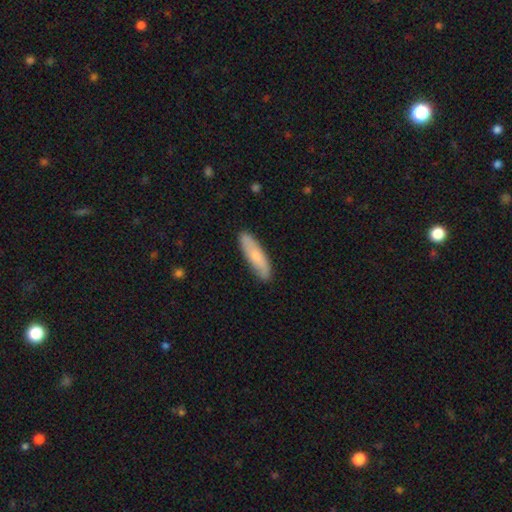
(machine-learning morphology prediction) Smooth or featured: smooth — 66% (featured or disk — 29%)
How rounded: cigar-shaped — 67% (in between — 31%)
Merging: none — 86% (minor disturbance — 11%)